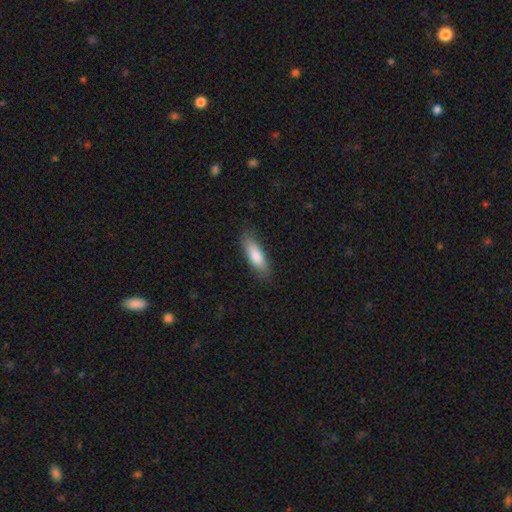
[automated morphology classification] This appears to be a smooth galaxy with no disk features (82%) that is in between round and cigar-shaped (52%). Merging: none (82%).